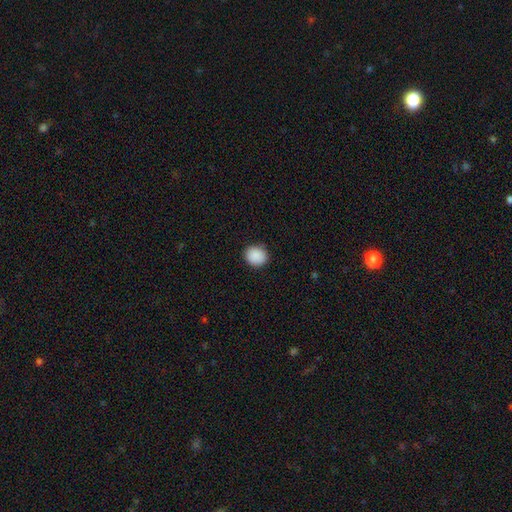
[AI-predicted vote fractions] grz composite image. It shows a smooth galaxy with no disk features (90%) that is round (80%). Merging: none (89%).